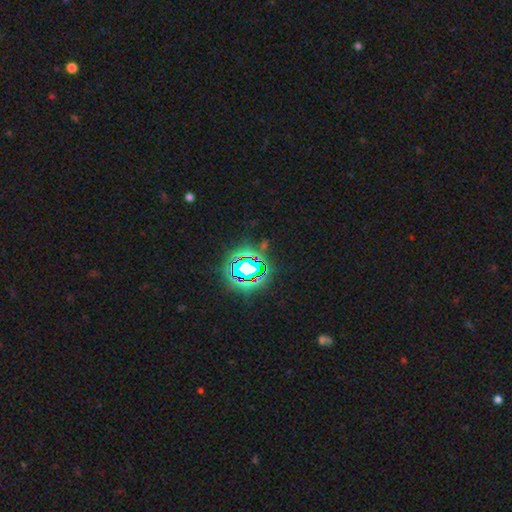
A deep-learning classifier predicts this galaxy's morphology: type=star or artifact (81%).